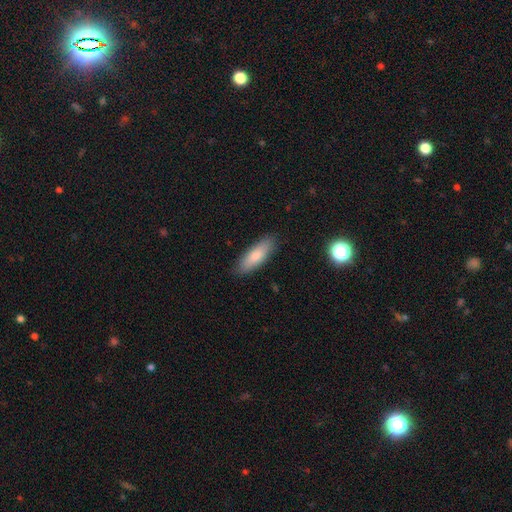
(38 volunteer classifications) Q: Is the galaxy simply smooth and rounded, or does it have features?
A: smooth — 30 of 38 (79%).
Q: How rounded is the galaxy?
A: cigar-shaped — 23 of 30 (77%).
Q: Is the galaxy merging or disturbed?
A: none — 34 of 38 (89%).